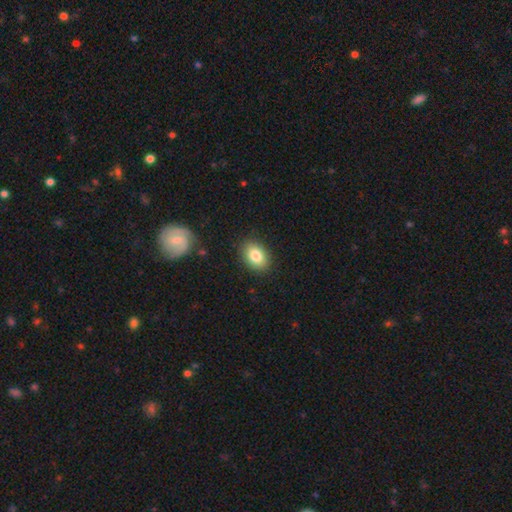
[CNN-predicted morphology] A smooth galaxy with no disk features (84%) that is in between round and cigar-shaped (76%). Merging: none (87%).